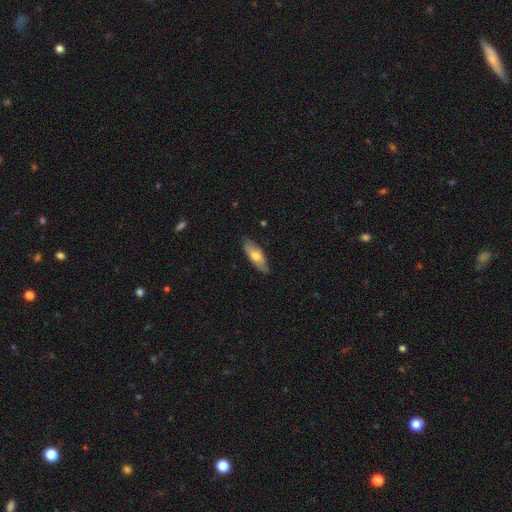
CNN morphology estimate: This appears to be a smooth galaxy with no disk features (65%) that is in between round and cigar-shaped (64%). Merging: none (83%).